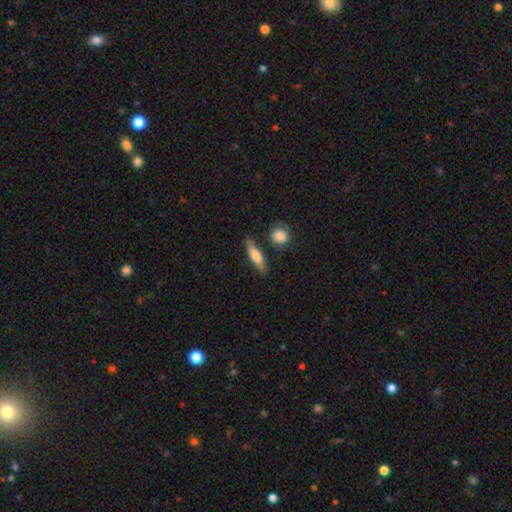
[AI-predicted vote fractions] A smooth galaxy with no disk features (65%) that is cigar-shaped (68%). Merging: none (79%).